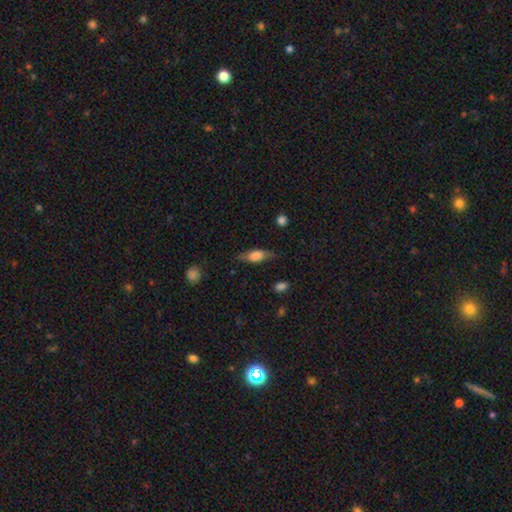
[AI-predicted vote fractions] This appears to be a smooth galaxy with no disk features (62%) that is in between round and cigar-shaped (65%). Merging: none (72%).